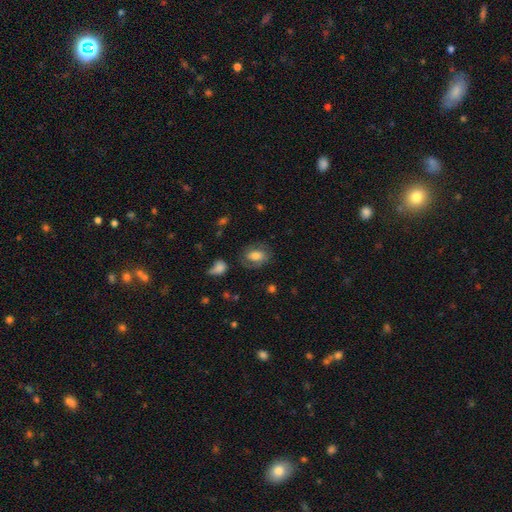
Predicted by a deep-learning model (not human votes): smooth_or_featured: smooth (p=0.53) [alt: featured or disk p=0.39]
how_rounded: in between (p=0.67) [alt: round p=0.31]
merging: none (p=0.71) [alt: minor disturbance p=0.17]